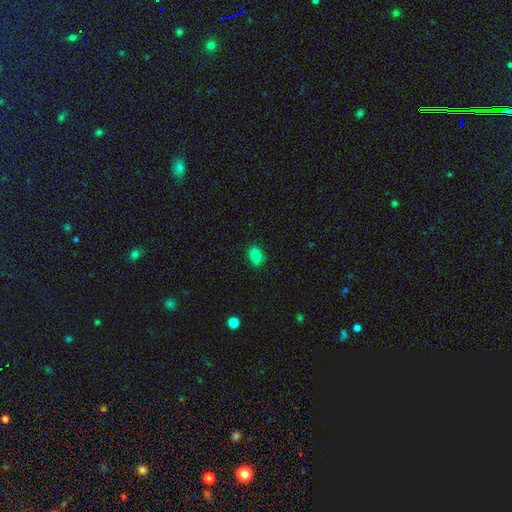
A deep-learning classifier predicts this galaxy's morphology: A smooth galaxy with no disk features (83%) that is in between round and cigar-shaped (80%).

Vote fractions:
- Smooth or featured? smooth: 83% / star or artifact: 11% / featured or disk: 6%
- How rounded? in between: 80% / round: 19% / cigar-shaped: 2%
- Merging? none: 86% / minor disturbance: 11% / major disturbance: 2% / merger: 1%